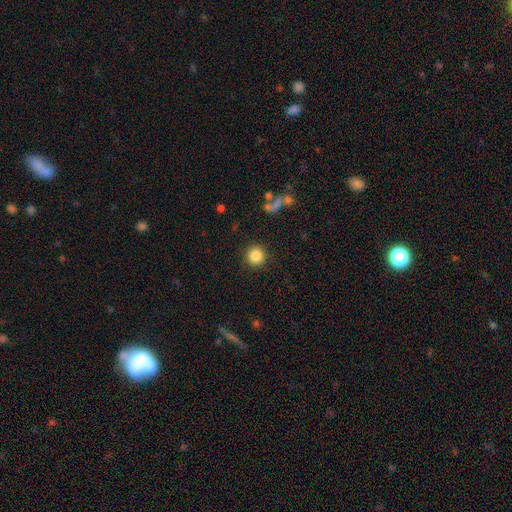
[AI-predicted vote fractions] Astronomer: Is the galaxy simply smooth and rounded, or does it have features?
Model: smooth — 85%.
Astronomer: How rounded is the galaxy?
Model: round — 94%.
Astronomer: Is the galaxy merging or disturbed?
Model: none — 90%.